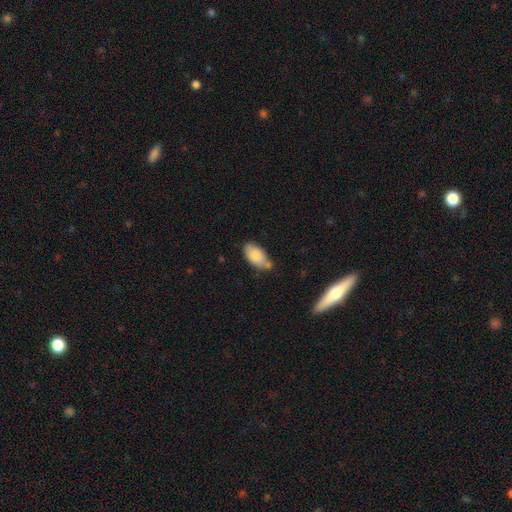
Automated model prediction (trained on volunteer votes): smooth-or-featured: smooth: 83% | featured or disk: 11% | star or artifact: 7%
  how-rounded: in between: 94% | round: 3% | cigar-shaped: 3%
  merging: none: 63% | minor disturbance: 22% | merger: 10% | major disturbance: 4%